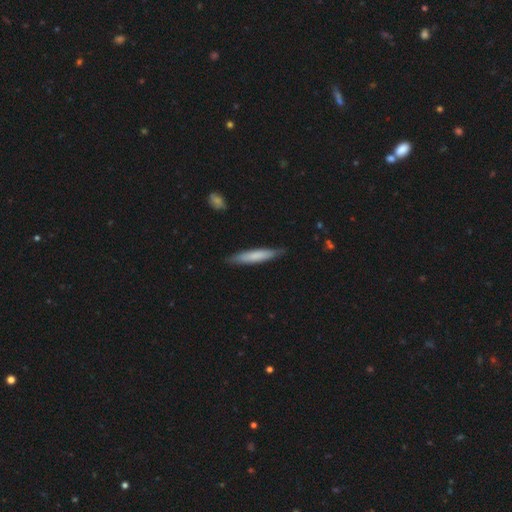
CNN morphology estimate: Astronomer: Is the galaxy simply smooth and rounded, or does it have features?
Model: smooth — 70%.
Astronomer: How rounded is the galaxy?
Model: cigar-shaped — 91%.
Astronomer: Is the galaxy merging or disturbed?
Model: none — 84%.